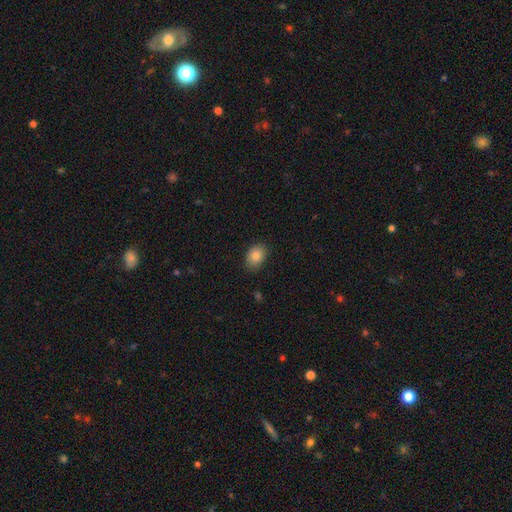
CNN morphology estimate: Smooth or featured? Predicted: smooth (p=0.84). How rounded? Predicted: in between (p=0.72). Merging? Predicted: none (p=0.83).